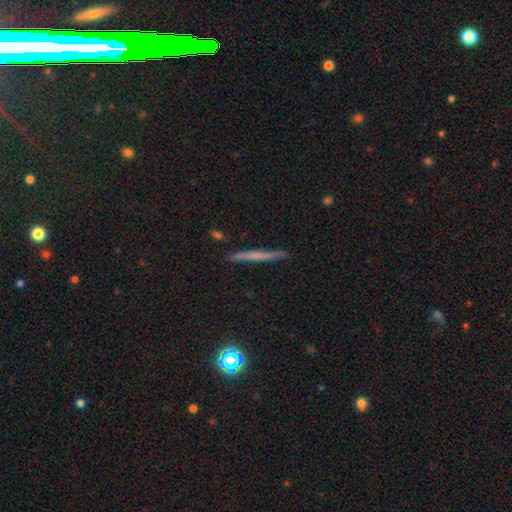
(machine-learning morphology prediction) Smooth or featured? featured or disk (46%)
Merging? none (89%)